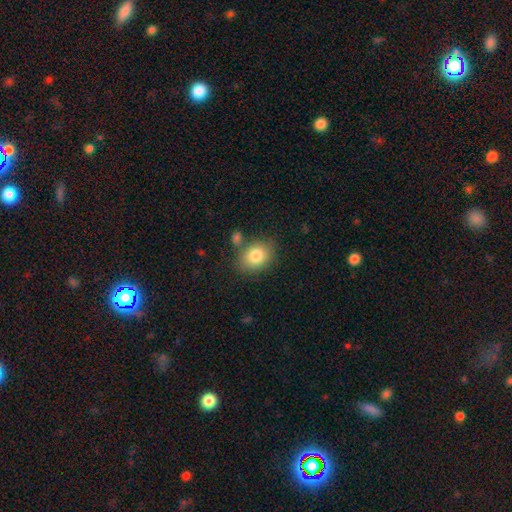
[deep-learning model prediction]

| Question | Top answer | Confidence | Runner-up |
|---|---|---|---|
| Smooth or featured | smooth | 82% | featured or disk (10%) |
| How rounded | in between | 58% | round (41%) |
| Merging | none | 71% | minor disturbance (14%) |